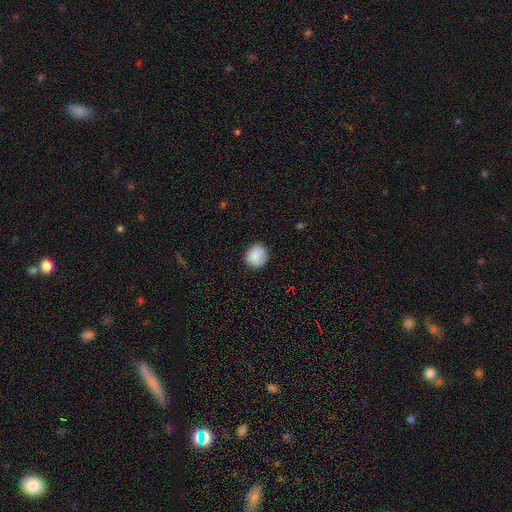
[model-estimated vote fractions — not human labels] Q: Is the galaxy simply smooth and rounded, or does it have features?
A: smooth — 86%.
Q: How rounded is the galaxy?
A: round — 83%.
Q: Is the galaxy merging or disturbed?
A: none — 82%.